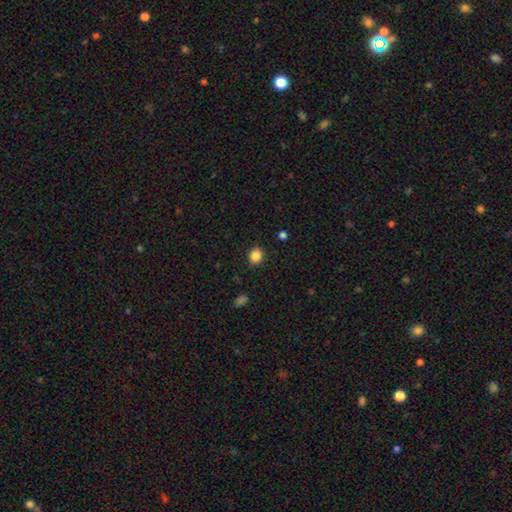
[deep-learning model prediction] A smooth galaxy with no disk features (86%) that is round (71%).

Vote fractions:
- Smooth or featured? smooth: 86% / star or artifact: 11% / featured or disk: 4%
- How rounded? round: 71% / in between: 28% / cigar-shaped: 1%
- Merging? none: 89% / minor disturbance: 7% / major disturbance: 2% / merger: 1%